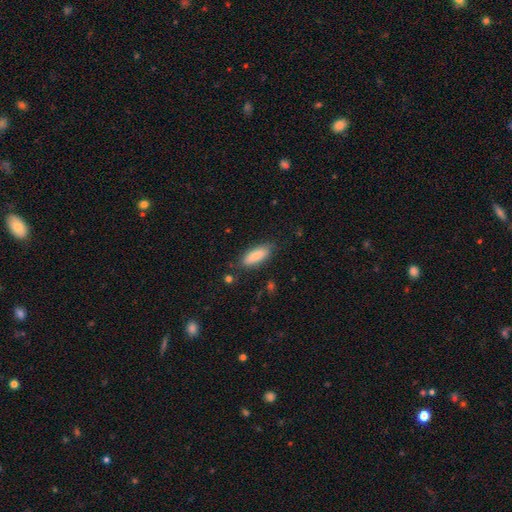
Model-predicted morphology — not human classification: This is clearly a smooth galaxy (83%). How rounded: likely in between (75%). Merging: likely none (78%).